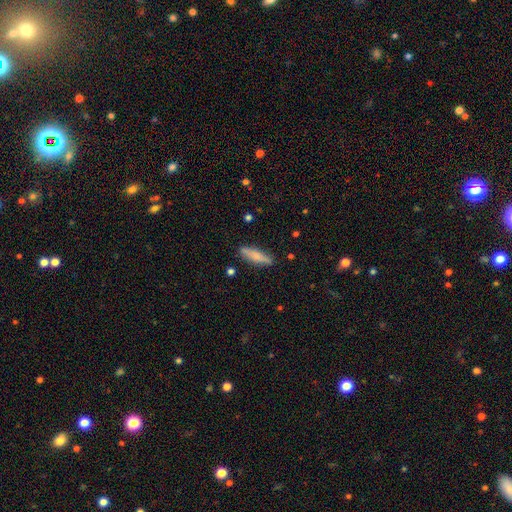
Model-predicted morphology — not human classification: A smooth galaxy with no disk features (70%) that is cigar-shaped (71%).

Vote fractions:
- Smooth or featured? smooth: 70% / featured or disk: 24% / star or artifact: 6%
- How rounded? cigar-shaped: 71% / in between: 27% / round: 2%
- Merging? none: 85% / minor disturbance: 11% / major disturbance: 2% / merger: 2%